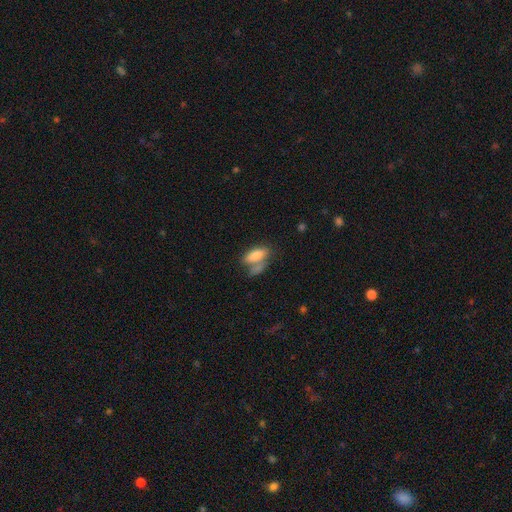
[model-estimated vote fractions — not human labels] Smooth or featured? Predicted: smooth (p=0.79). How rounded? Predicted: in between (p=0.81). Merging? Predicted: none (p=0.41).